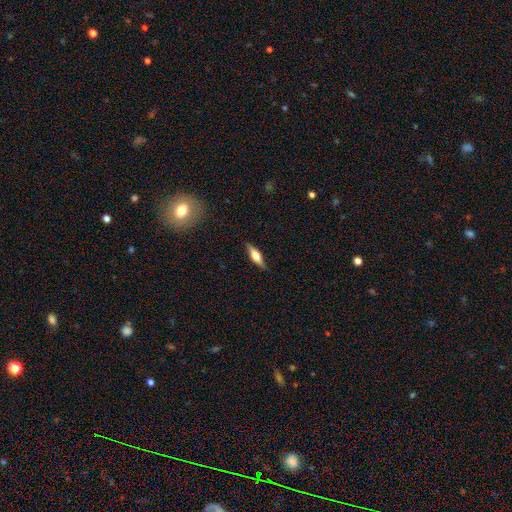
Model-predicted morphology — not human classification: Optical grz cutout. It shows a featured or disk galaxy (50%). Merging: none (85%).